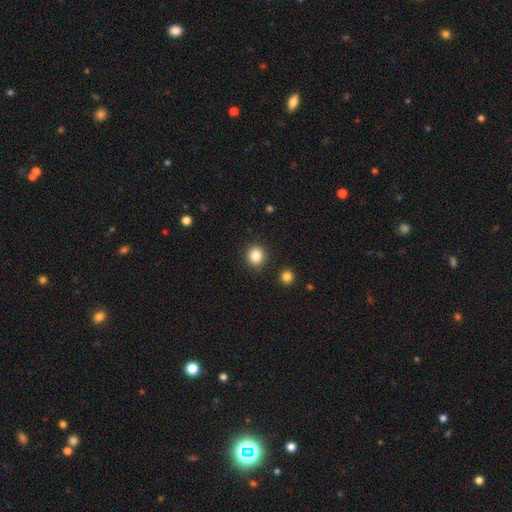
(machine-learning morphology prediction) Smooth or featured: smooth — 85% (star or artifact — 10%)
How rounded: round — 86% (in between — 14%)
Merging: none — 90% (minor disturbance — 6%)